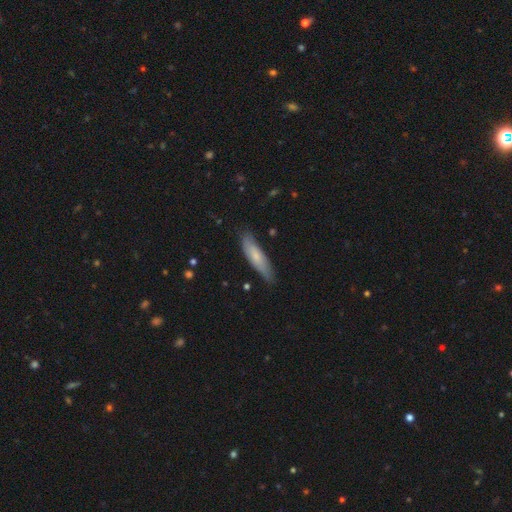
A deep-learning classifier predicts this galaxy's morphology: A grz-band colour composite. It shows a smooth galaxy with no disk features (66%) that is cigar-shaped (70%). Merging: none (79%).